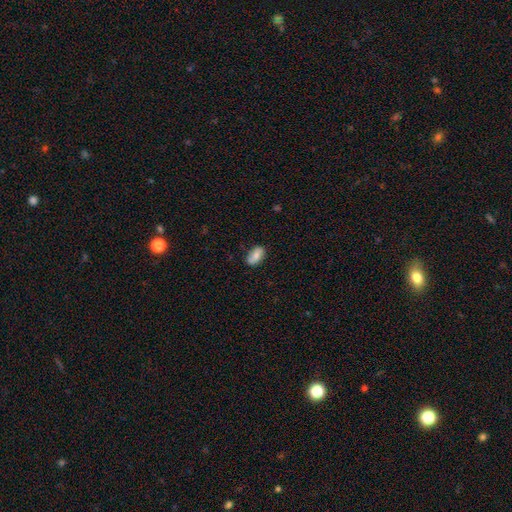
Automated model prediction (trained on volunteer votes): smooth_or_featured: smooth (p=0.70) [alt: featured or disk p=0.23]
how_rounded: in between (p=0.91) [alt: round p=0.05]
merging: none (p=0.80) [alt: minor disturbance p=0.15]